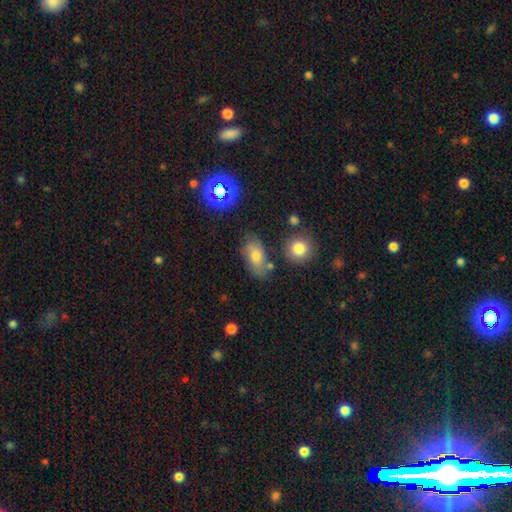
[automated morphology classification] Smooth or featured? Predicted: smooth (p=0.68). How rounded? Predicted: in between (p=0.83). Merging? Predicted: none (p=0.69).